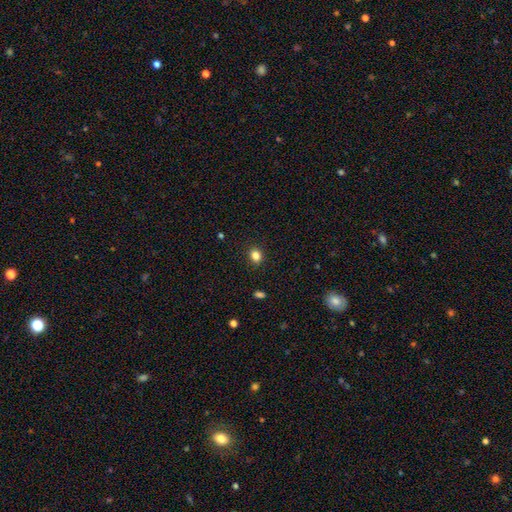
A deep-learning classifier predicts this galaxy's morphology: Smooth or featured: smooth — 83% (star or artifact — 12%)
How rounded: round — 71% (in between — 28%)
Merging: none — 89% (minor disturbance — 7%)